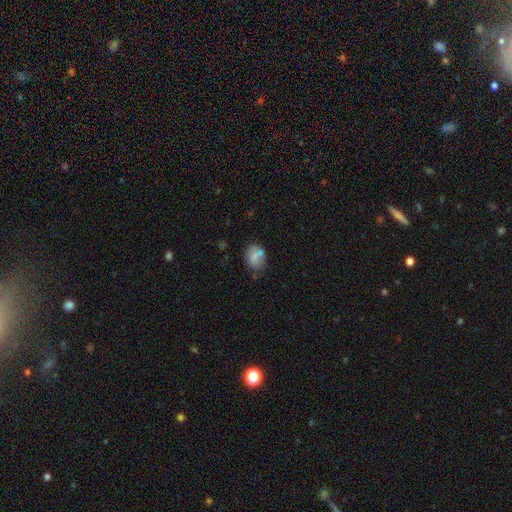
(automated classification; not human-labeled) Q: Smooth or featured?
A: smooth (71%); runner-up: featured or disk (20%)
Q: How rounded?
A: in between (63%); runner-up: round (35%)
Q: Merging?
A: none (52%); runner-up: minor disturbance (22%)